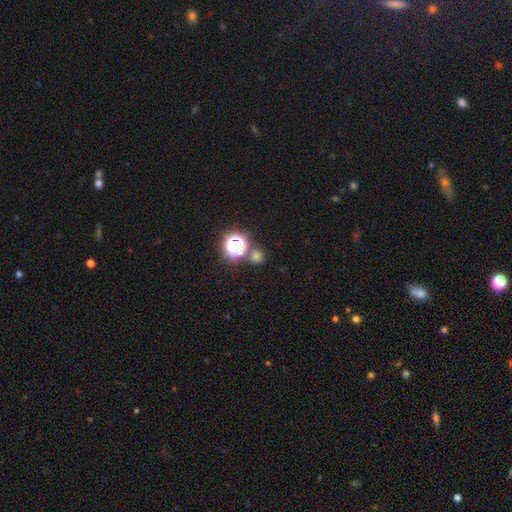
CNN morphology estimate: The model was most divided on "smooth or featured": smooth: 56%, star or artifact: 37%, featured or disk: 7%. More confident: how rounded — round (86%); merging — none (72%).